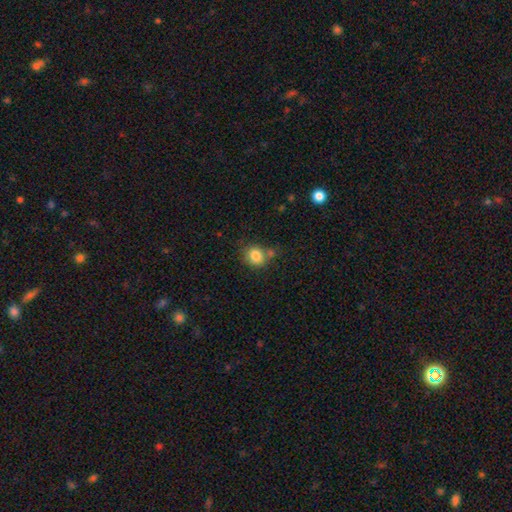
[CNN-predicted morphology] A smooth galaxy with no disk features (83%) that is round (75%). Merging: none (62%).